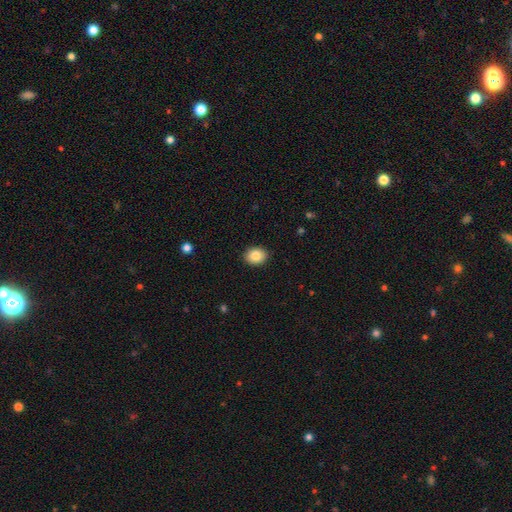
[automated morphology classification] smooth-or-featured: smooth: 85% | star or artifact: 8% | featured or disk: 7%
  how-rounded: round: 50% | in between: 49% | cigar-shaped: 1%
  merging: none: 91% | minor disturbance: 7% | major disturbance: 2% | merger: 1%